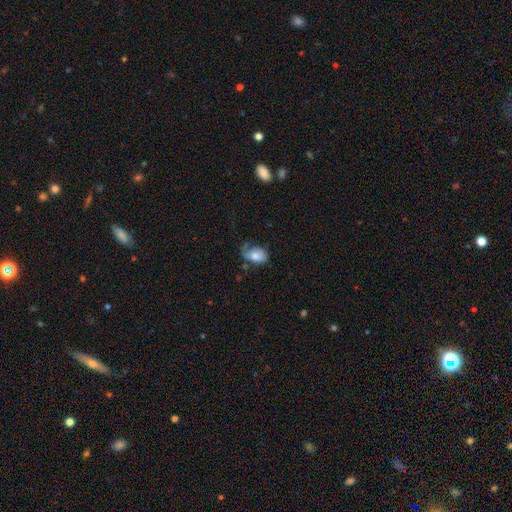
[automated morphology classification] smooth 65%, featured or disk 27%, star or artifact 8%. Down the decision tree: how rounded — in between (87%); merging — none (35%).